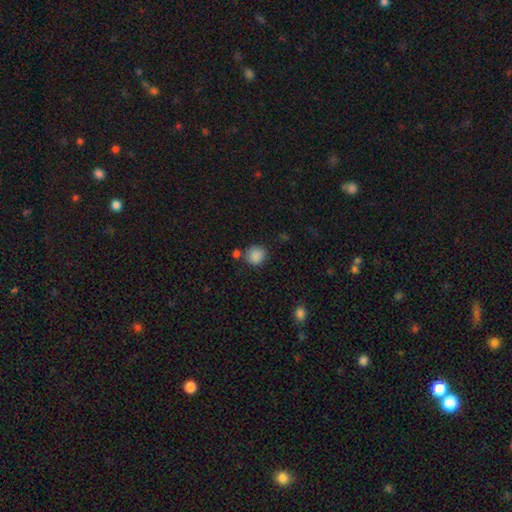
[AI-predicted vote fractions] This appears to be a smooth galaxy with no disk features (87%) that is round (85%). Merging: none (72%).